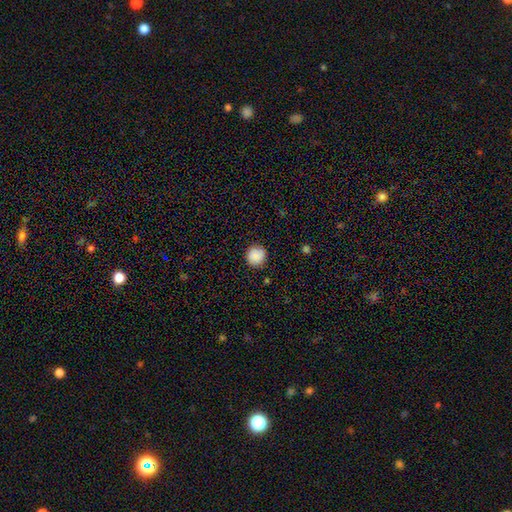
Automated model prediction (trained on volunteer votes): Smooth or featured? Predicted: smooth (p=0.88). How rounded? Predicted: round (p=0.93). Merging? Predicted: none (p=0.88).